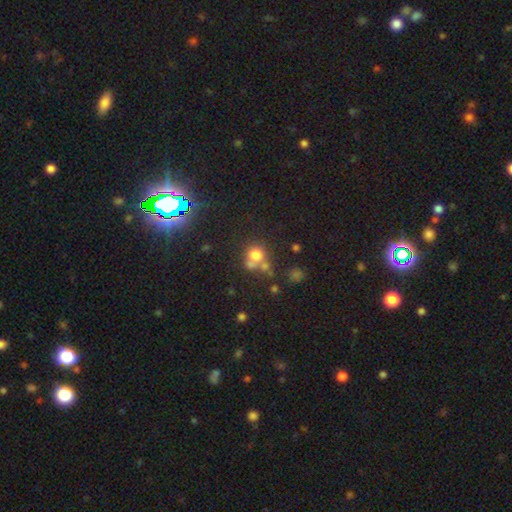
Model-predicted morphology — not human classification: Smooth or featured?
  - smooth: 71% *
  - star or artifact: 16%
  - featured or disk: 13%
How rounded?
  - round: 83% *
  - in between: 16%
  - cigar-shaped: 1%
Merging?
  - none: 47% *
  - merger: 35%
  - minor disturbance: 12%
  - major disturbance: 7%